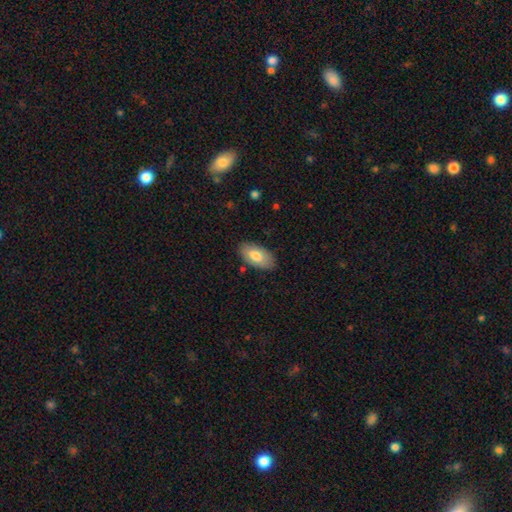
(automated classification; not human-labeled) Overall: smooth (77%). How rounded: in between (95%). Merging: none (85%).